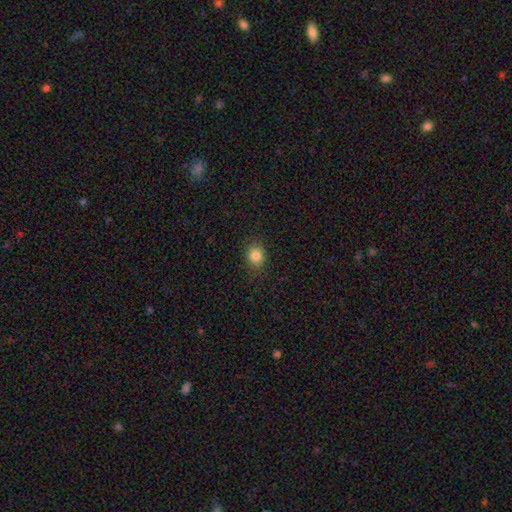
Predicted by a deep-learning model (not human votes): Q: Smooth or featured?
A: smooth (83%); runner-up: star or artifact (12%)
Q: How rounded?
A: round (70%); runner-up: in between (29%)
Q: Merging?
A: none (88%); runner-up: minor disturbance (9%)